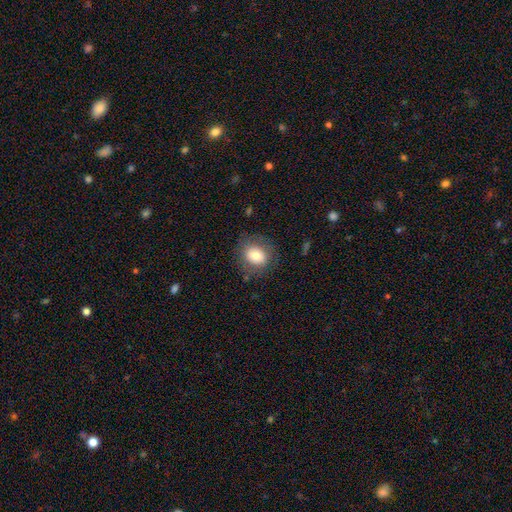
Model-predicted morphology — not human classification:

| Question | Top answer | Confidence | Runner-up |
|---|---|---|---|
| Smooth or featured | smooth | 74% | featured or disk (17%) |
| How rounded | round | 59% | in between (40%) |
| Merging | none | 79% | minor disturbance (13%) |